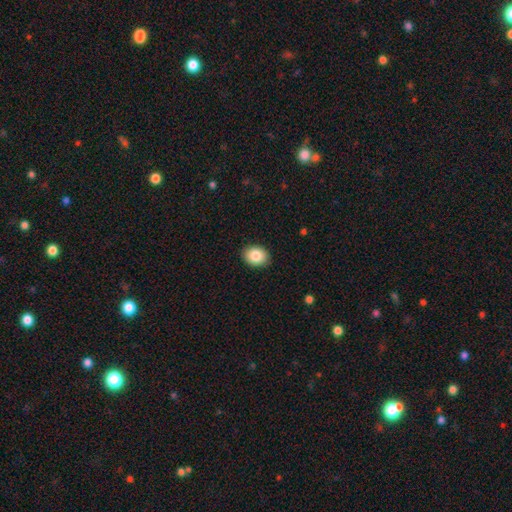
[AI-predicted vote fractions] The model was most divided on "how rounded": in between: 63%, round: 36%, cigar-shaped: 1%. More confident: merging — none (90%); smooth or featured — smooth (85%).